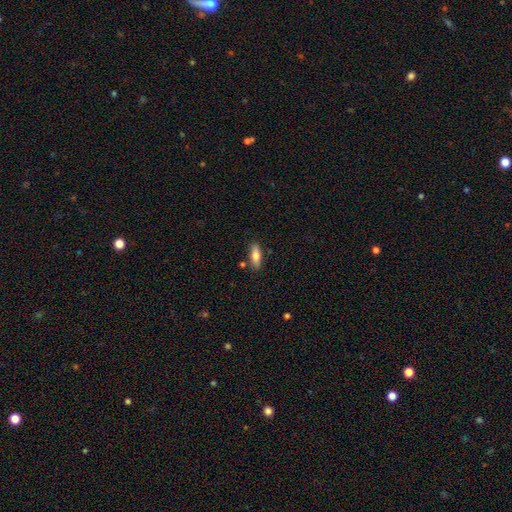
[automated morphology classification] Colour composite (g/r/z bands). It shows a smooth galaxy with no disk features (78%) that is in between round and cigar-shaped (67%). Merging: none (82%).